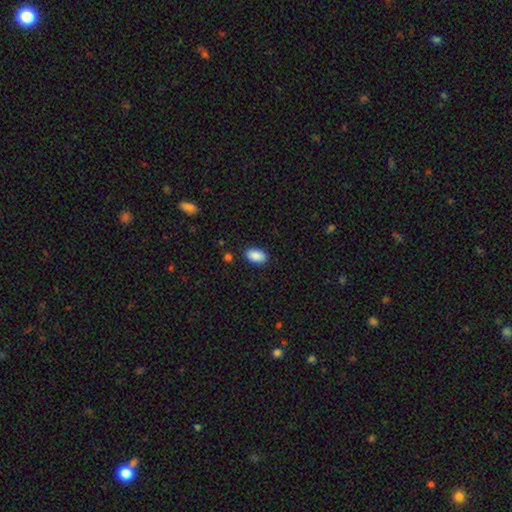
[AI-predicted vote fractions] smooth 88%, star or artifact 7%, featured or disk 5%. Down the decision tree: how rounded — in between (93%); merging — none (88%).